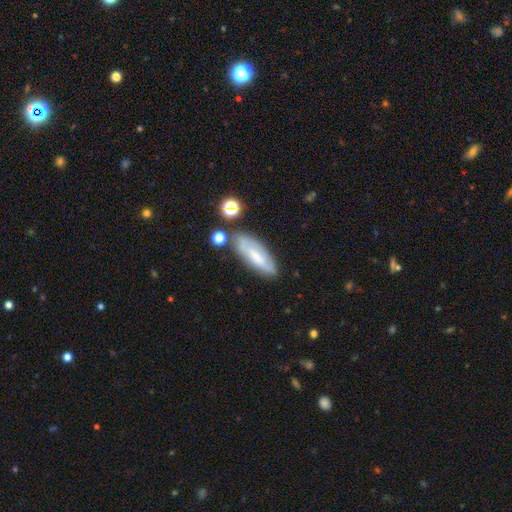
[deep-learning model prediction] smooth-or-featured: smooth: 53% | featured or disk: 38% | star or artifact: 8%
  how-rounded: in between: 57% | cigar-shaped: 41% | round: 2%
  merging: none: 69% | minor disturbance: 18% | merger: 8% | major disturbance: 5%